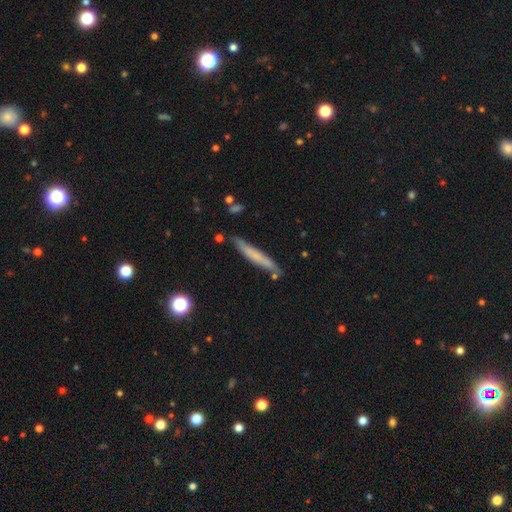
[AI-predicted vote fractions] A smooth galaxy with no disk features (59%) that is cigar-shaped (94%).

Vote fractions:
- Smooth or featured? smooth: 59% / featured or disk: 34% / star or artifact: 7%
- How rounded? cigar-shaped: 94% / in between: 4% / round: 2%
- Merging? none: 79% / minor disturbance: 15% / merger: 4% / major disturbance: 3%